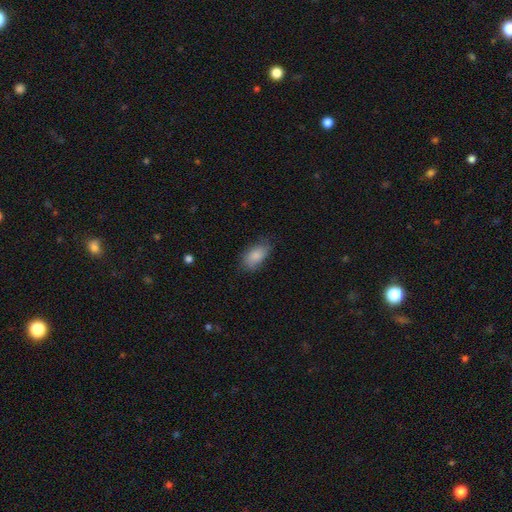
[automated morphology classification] This appears to be a smooth galaxy with no disk features (85%) that is in between round and cigar-shaped (92%). Merging: none (71%).